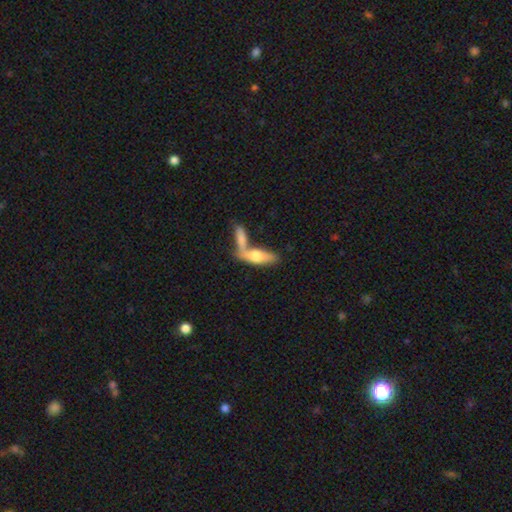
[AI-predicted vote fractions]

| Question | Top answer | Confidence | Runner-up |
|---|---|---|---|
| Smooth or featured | smooth | 64% | featured or disk (30%) |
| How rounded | in between | 55% | cigar-shaped (42%) |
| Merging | merger | 57% | none (29%) |